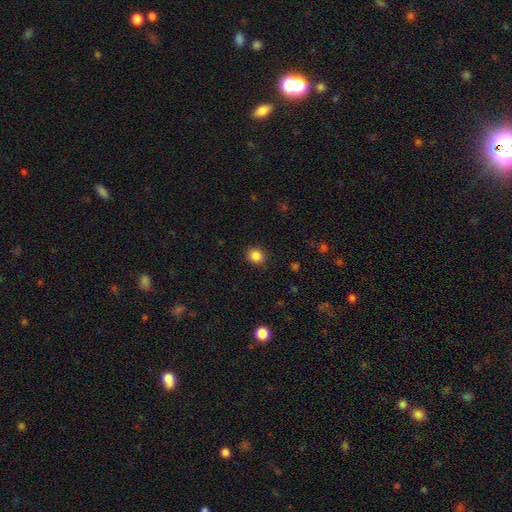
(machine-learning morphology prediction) A smooth galaxy with no disk features (86%) that is round (77%). Merging: none (89%).